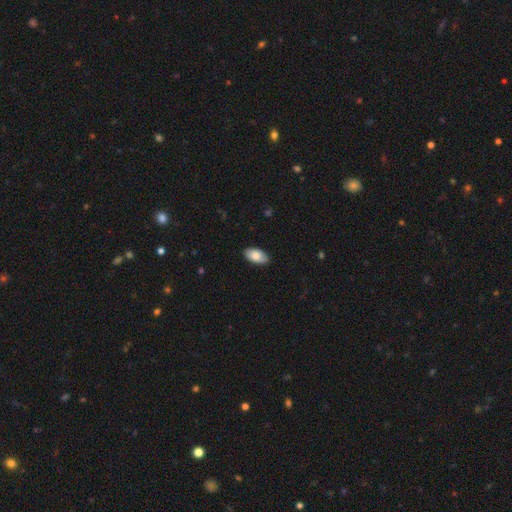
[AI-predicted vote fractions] Smooth or featured? Predicted: smooth (p=0.81). How rounded? Predicted: in between (p=0.95). Merging? Predicted: none (p=0.86).